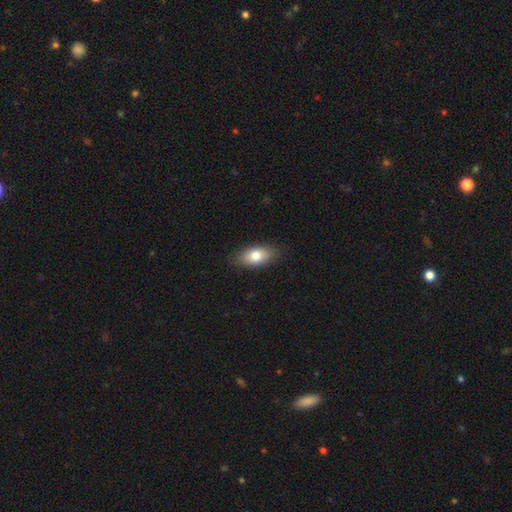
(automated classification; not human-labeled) A smooth galaxy with no disk features (78%) that is in between round and cigar-shaped (88%).

Vote fractions:
- Smooth or featured? smooth: 78% / featured or disk: 15% / star or artifact: 7%
- How rounded? in between: 88% / cigar-shaped: 8% / round: 5%
- Merging? none: 86% / minor disturbance: 11% / major disturbance: 2% / merger: 1%